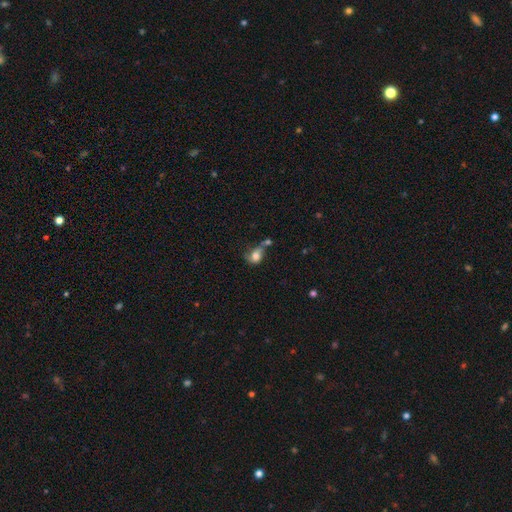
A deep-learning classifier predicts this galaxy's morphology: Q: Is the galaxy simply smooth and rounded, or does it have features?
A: smooth — 70%.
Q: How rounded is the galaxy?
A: in between — 57%.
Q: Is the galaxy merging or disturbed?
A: merger — 32%.